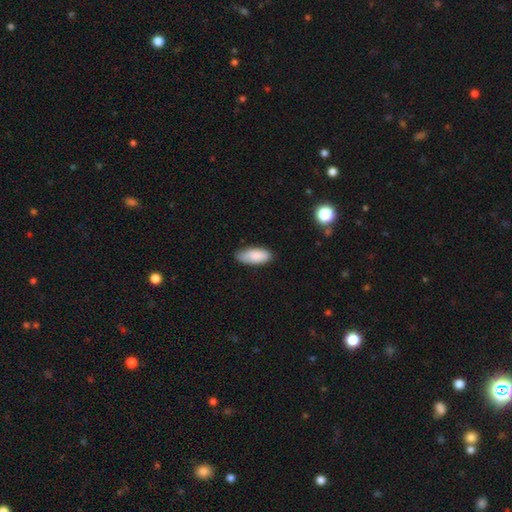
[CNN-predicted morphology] A smooth galaxy with no disk features (87%) that is in between round and cigar-shaped (85%).

Vote fractions:
- Smooth or featured? smooth: 87% / featured or disk: 7% / star or artifact: 6%
- How rounded? in between: 85% / cigar-shaped: 13% / round: 2%
- Merging? none: 78% / minor disturbance: 18% / major disturbance: 3% / merger: 1%